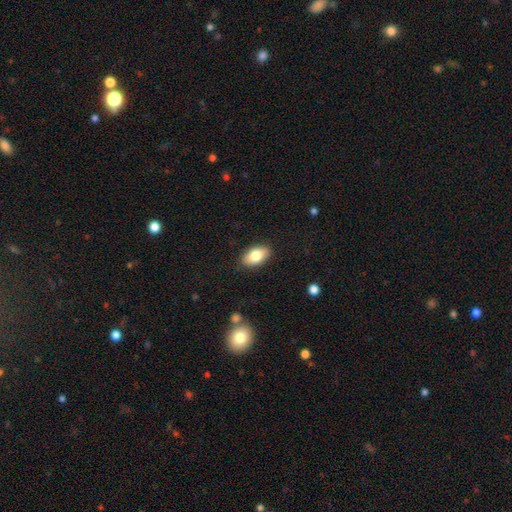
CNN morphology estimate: smooth-or-featured: smooth: 78% | featured or disk: 15% | star or artifact: 7%
  how-rounded: in between: 91% | round: 6% | cigar-shaped: 3%
  merging: none: 87% | minor disturbance: 10% | major disturbance: 2% | merger: 1%